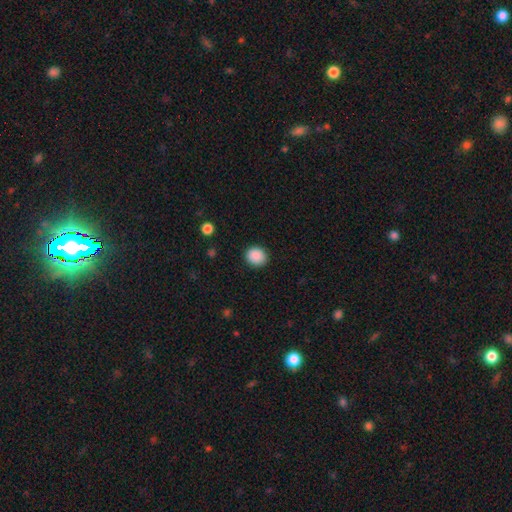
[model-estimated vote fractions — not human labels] Smooth or featured: smooth — 89% (star or artifact — 8%)
How rounded: round — 78% (in between — 21%)
Merging: none — 90% (minor disturbance — 7%)